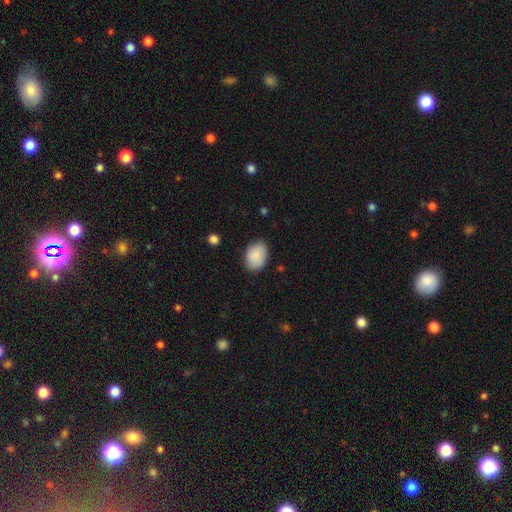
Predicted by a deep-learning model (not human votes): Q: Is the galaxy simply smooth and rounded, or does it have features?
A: smooth — 87%.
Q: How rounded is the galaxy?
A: in between — 78%.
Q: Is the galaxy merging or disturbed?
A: none — 80%.